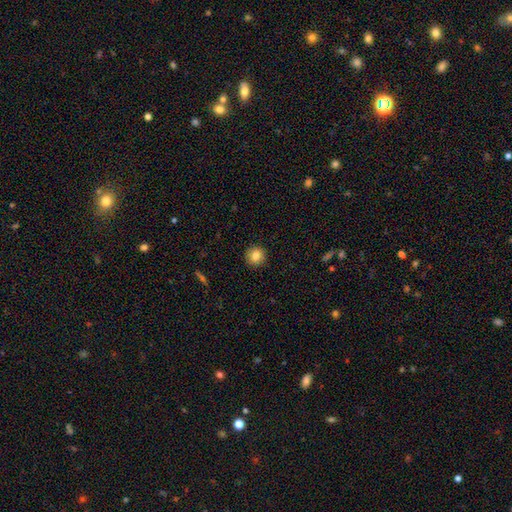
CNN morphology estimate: The model was most divided on "smooth or featured": smooth: 84%, star or artifact: 9%, featured or disk: 7%. More confident: how rounded — round (91%); merging — none (91%).